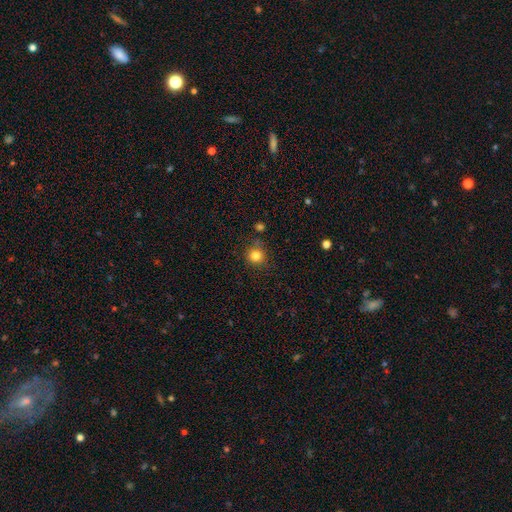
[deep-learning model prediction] Smooth or featured? smooth (83%)
How rounded? round (92%)
Merging? none (82%)